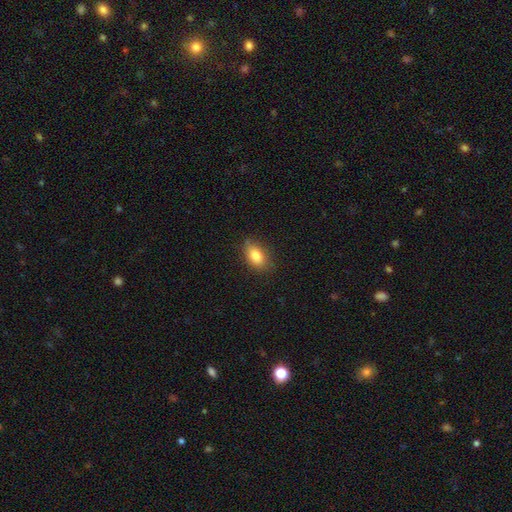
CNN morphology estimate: Smooth or featured? Predicted: smooth (p=0.82). How rounded? Predicted: in between (p=0.85). Merging? Predicted: none (p=0.78).